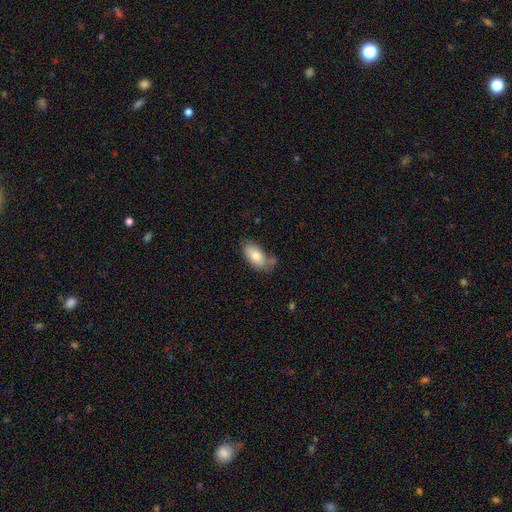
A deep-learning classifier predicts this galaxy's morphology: smooth_or_featured: smooth (p=0.79) [alt: featured or disk p=0.14]
how_rounded: in between (p=0.93) [alt: round p=0.03]
merging: none (p=0.52) [alt: minor disturbance p=0.27]